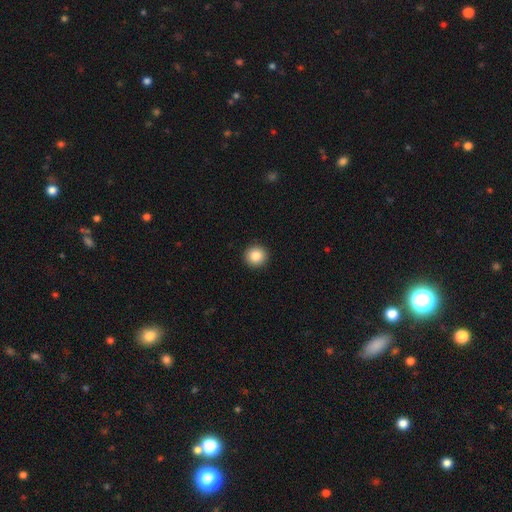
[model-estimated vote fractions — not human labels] A smooth galaxy with no disk features (85%) that is round (95%). Merging: none (93%).